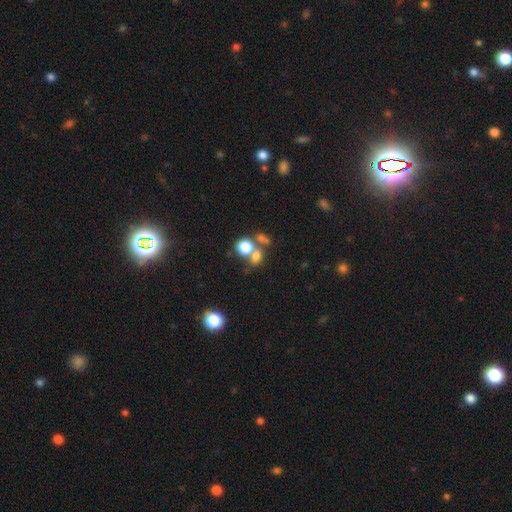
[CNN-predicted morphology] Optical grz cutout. It shows a smooth galaxy with no disk features (70%) that is round (58%). Merging: merger (43%).